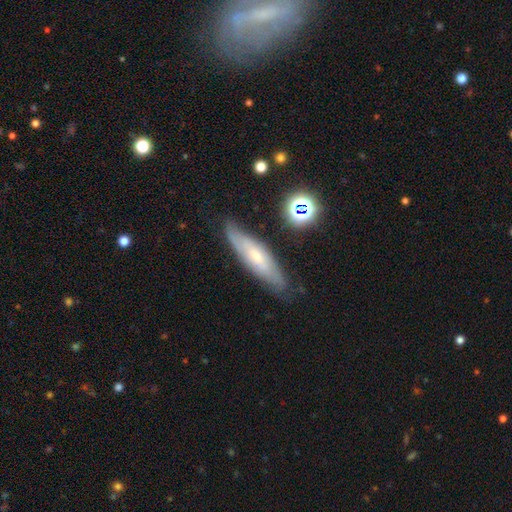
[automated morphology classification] Smooth or featured? Predicted: featured or disk (p=0.52). Edge-on disk? Predicted: no (p=0.51). Merging? Predicted: none (p=0.77).